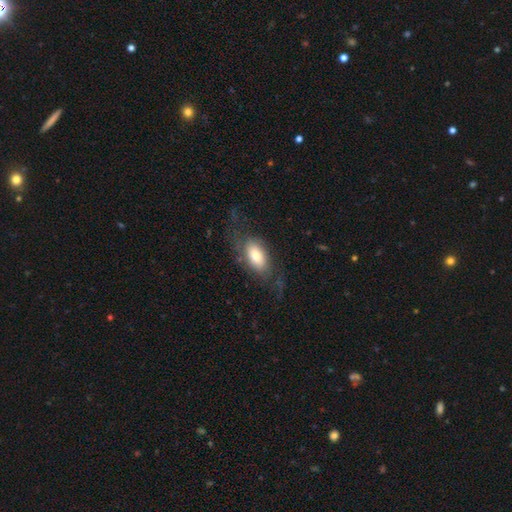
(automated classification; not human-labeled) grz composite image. It shows a smooth galaxy with no disk features (59%) that is in between round and cigar-shaped (90%). Merging: none (55%).